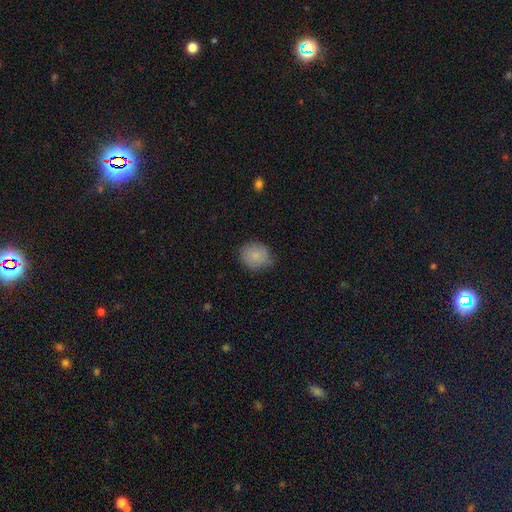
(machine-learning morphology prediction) smooth-or-featured: smooth: 84% | featured or disk: 9% | star or artifact: 8%
  how-rounded: round: 66% | in between: 33% | cigar-shaped: 1%
  merging: none: 72% | minor disturbance: 23% | major disturbance: 4% | merger: 1%